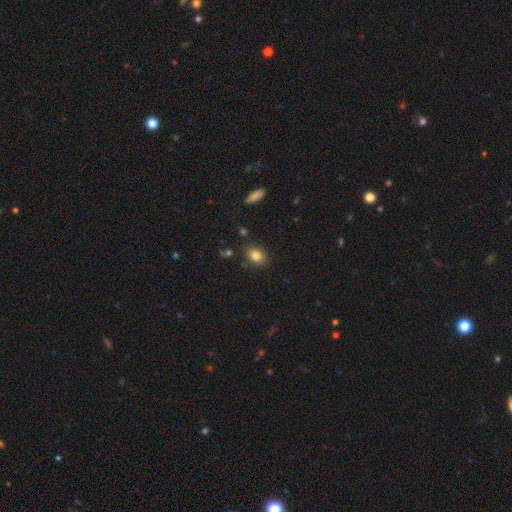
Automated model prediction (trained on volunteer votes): Overall: smooth (83%). How rounded: in between (62%; round 37%). Merging: none (82%).